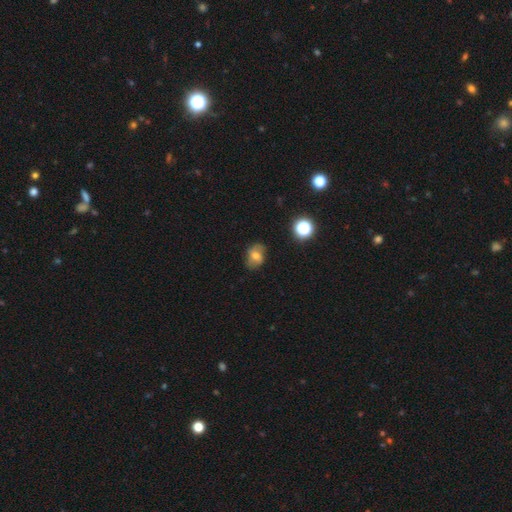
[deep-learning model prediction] A smooth galaxy with no disk features (59%) that is in between round and cigar-shaped (64%). Merging: none (70%).